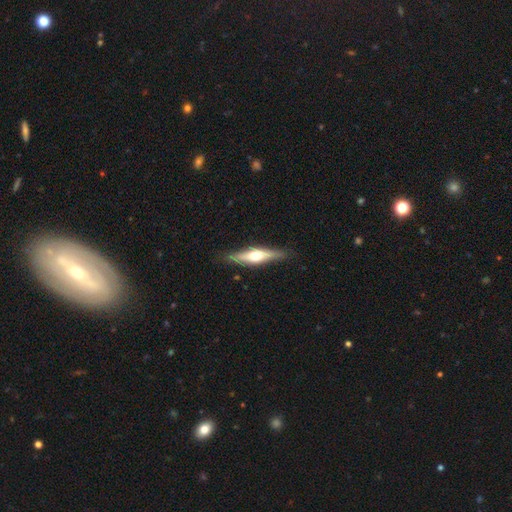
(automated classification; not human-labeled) Smooth or featured? featured or disk (61%)
Edge-on disk? yes (94%)
Edge-on bulge? rounded (91%)
Merging? none (86%)